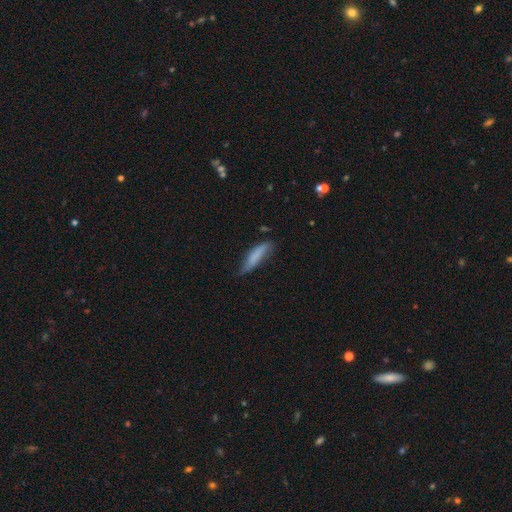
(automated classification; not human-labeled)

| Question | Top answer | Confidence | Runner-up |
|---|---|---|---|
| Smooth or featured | smooth | 74% | featured or disk (20%) |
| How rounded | cigar-shaped | 72% | in between (26%) |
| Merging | none | 53% | minor disturbance (36%) |